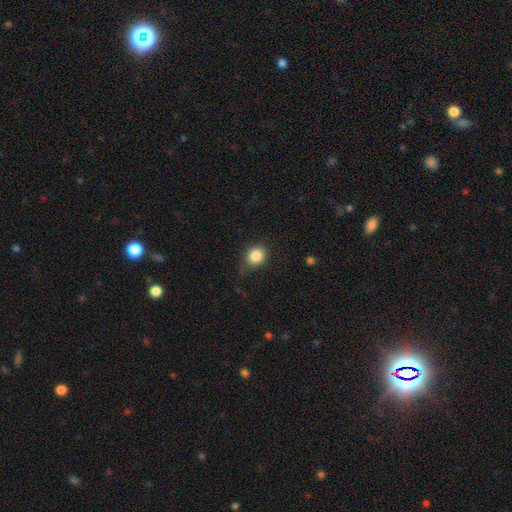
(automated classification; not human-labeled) Smooth or featured? smooth (85%)
How rounded? round (72%)
Merging? none (73%)